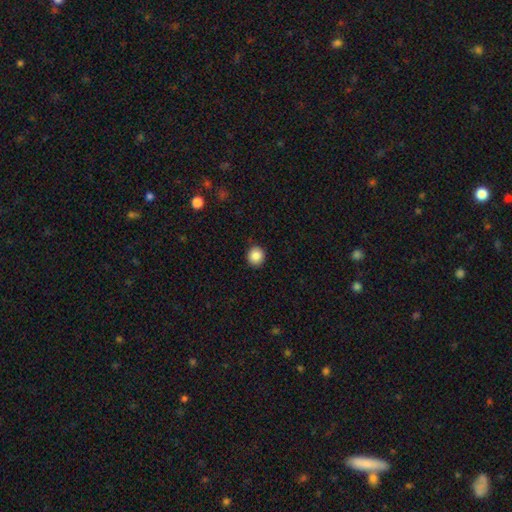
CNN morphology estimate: smooth 86%, star or artifact 9%, featured or disk 4%. Down the decision tree: how rounded — round (90%); merging — none (91%).